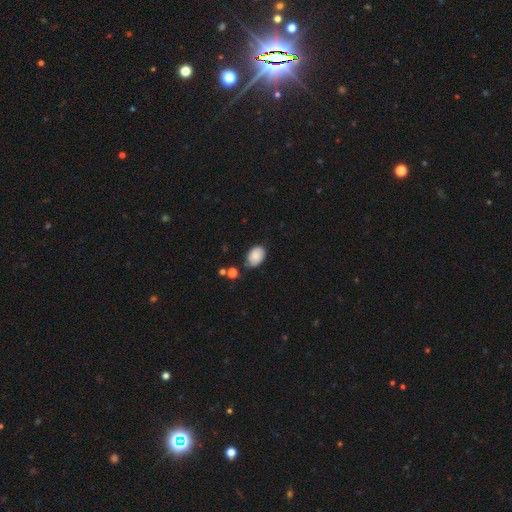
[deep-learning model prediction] Overall: smooth (84%). How rounded: in between (85%). Merging: none (67%).